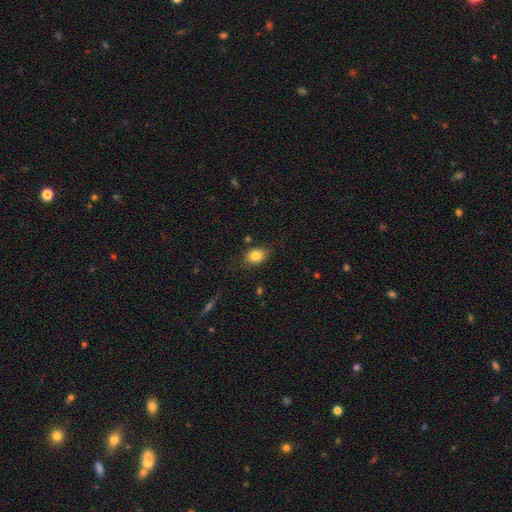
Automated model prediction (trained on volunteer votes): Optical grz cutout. It shows a smooth galaxy with no disk features (82%) that is in between round and cigar-shaped (59%). Merging: none (76%).